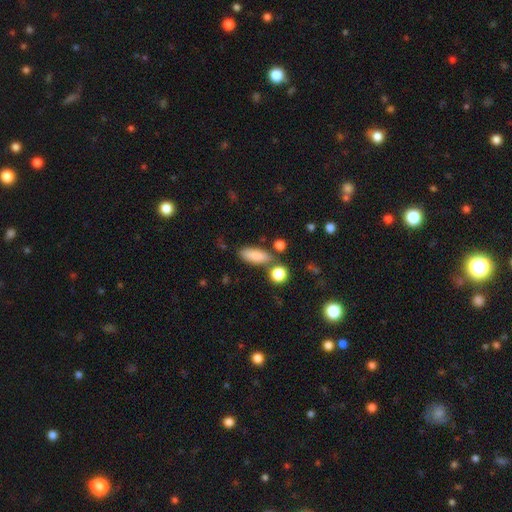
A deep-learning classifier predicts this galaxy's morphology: Smooth or featured? smooth (86%)
How rounded? in between (72%)
Merging? none (73%)